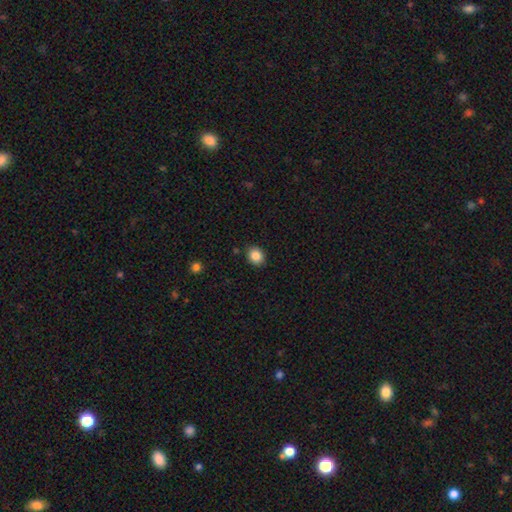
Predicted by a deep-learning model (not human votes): smooth 86%, star or artifact 10%, featured or disk 4%. Down the decision tree: how rounded — round (62%); merging — none (88%).